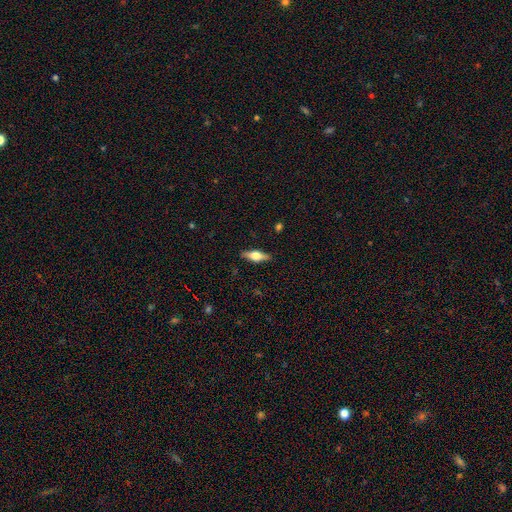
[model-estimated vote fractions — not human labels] A featured or disk galaxy (56%) viewed edge-on (94%) with a rounded central bulge (94%).

Vote fractions:
- Smooth or featured? featured or disk: 56% / smooth: 38% / star or artifact: 6%
- Edge-on disk? yes: 94% / no: 6%
- Edge-on bulge? rounded: 94% / boxy: 5% / none: 1%
- Merging? none: 89% / minor disturbance: 8% / major disturbance: 2% / merger: 1%